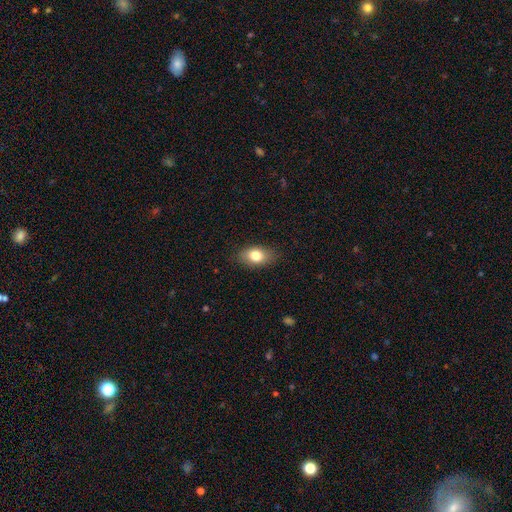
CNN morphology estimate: Overall: smooth (80%). How rounded: in between (85%). Merging: none (83%).